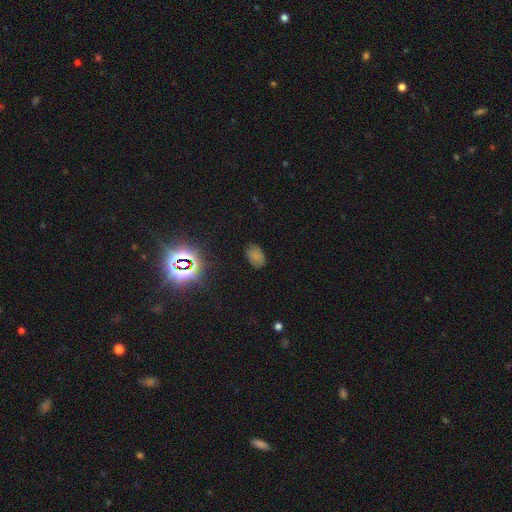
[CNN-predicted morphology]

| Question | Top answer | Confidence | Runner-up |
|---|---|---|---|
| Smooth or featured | smooth | 69% | star or artifact (23%) |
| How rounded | in between | 84% | round (15%) |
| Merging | none | 80% | minor disturbance (15%) |